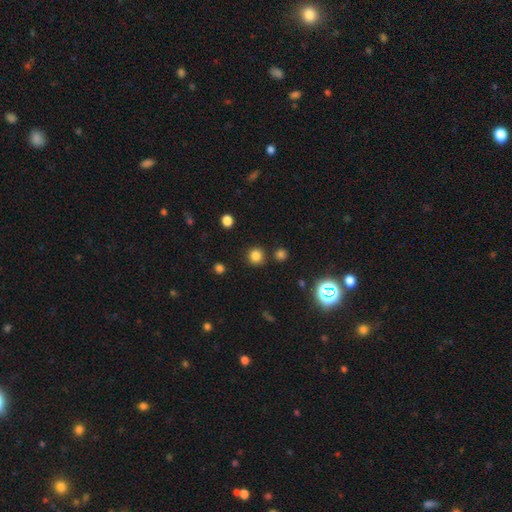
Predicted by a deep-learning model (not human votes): Morphology: type=smooth (80%); roundness=round (94%); merging=none (86%).